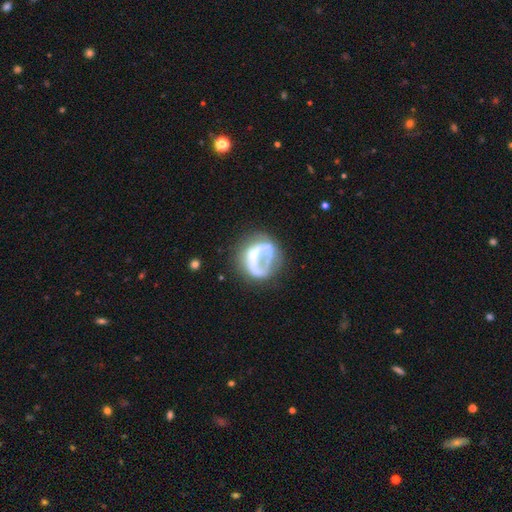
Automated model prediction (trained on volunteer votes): Smooth or featured?
  - featured or disk: 55% *
  - smooth: 34%
  - star or artifact: 11%
Edge-on disk?
  - no: 97% *
  - yes: 3%
Bar?
  - no: 73% *
  - weak: 16%
  - strong: 11%
Spiral arms?
  - no: 82% *
  - yes: 18%
Bulge size?
  - none: 50% *
  - moderate: 23%
  - small: 17%
  - large: 8%
  - dominant: 3%
Merging?
  - none: 39% *
  - major disturbance: 35%
  - minor disturbance: 18%
  - merger: 8%